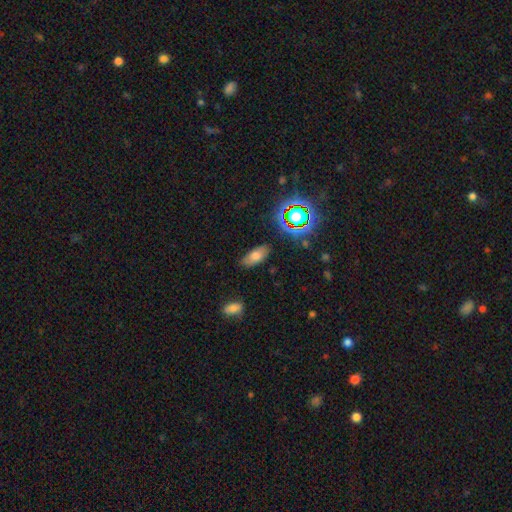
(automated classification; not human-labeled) A smooth galaxy with no disk features (67%) that is in between round and cigar-shaped (87%). Merging: none (81%).